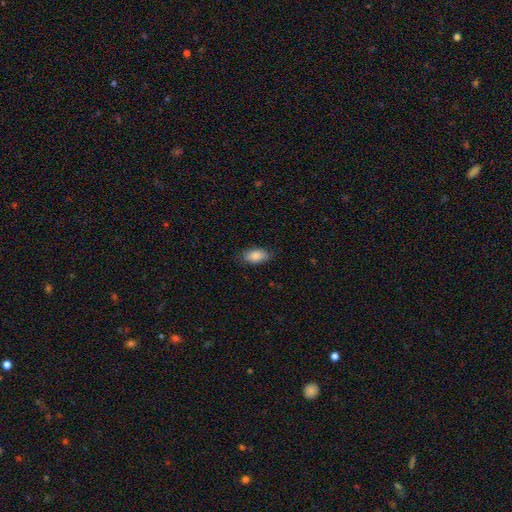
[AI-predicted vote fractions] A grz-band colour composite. It shows a smooth galaxy with no disk features (87%) that is in between round and cigar-shaped (92%). Merging: none (81%).